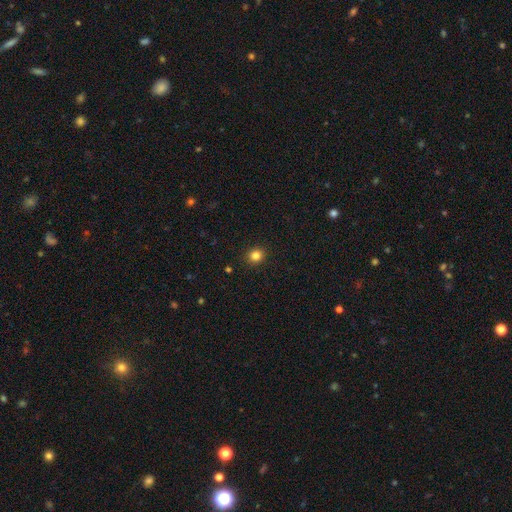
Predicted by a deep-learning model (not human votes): Smooth or featured? smooth (83%)
How rounded? round (86%)
Merging? none (92%)